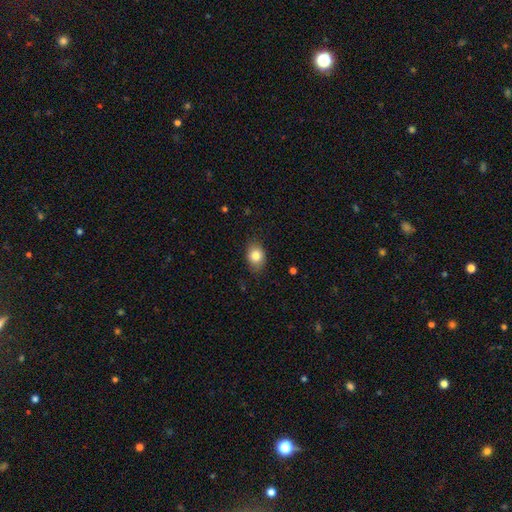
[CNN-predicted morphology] A smooth galaxy with no disk features (83%) that is in between round and cigar-shaped (64%).

Vote fractions:
- Smooth or featured? smooth: 83% / star or artifact: 9% / featured or disk: 8%
- How rounded? in between: 64% / round: 35% / cigar-shaped: 1%
- Merging? none: 80% / minor disturbance: 16% / major disturbance: 3% / merger: 1%